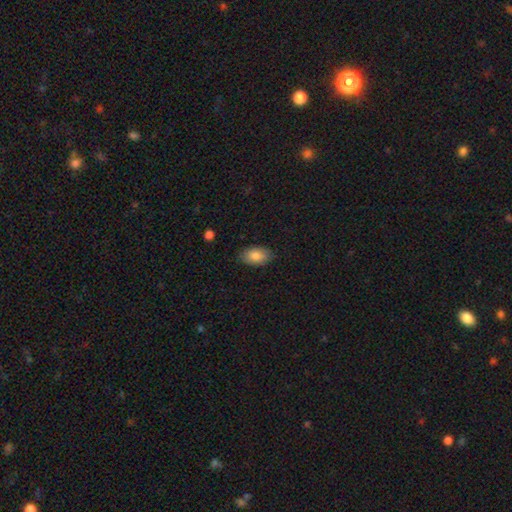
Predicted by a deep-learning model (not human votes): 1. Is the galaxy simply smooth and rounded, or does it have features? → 85% smooth, 8% featured or disk, 7% star or artifact.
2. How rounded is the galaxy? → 92% in between, 6% round, 2% cigar-shaped.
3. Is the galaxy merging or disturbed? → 84% none, 12% minor disturbance, 3% major disturbance, 1% merger.